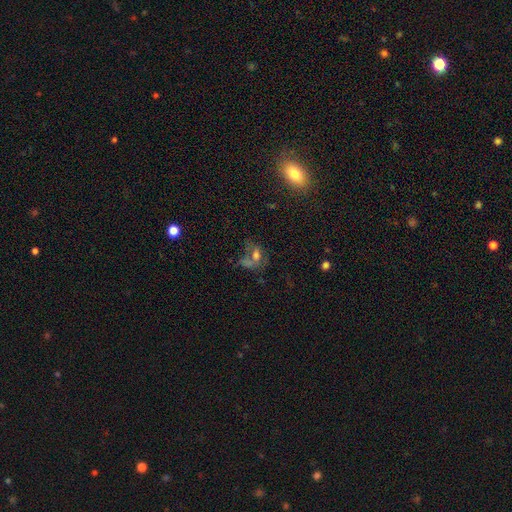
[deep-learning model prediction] A featured or disk galaxy (39%). Merging: none (34%).